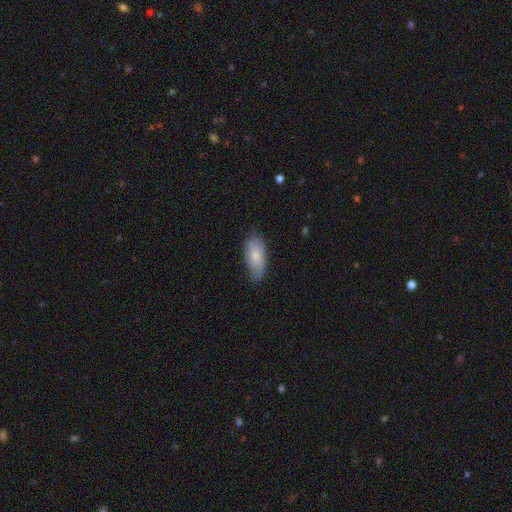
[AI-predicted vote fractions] Morphology: type=smooth (72%); roundness=in between (88%); merging=none (58%).